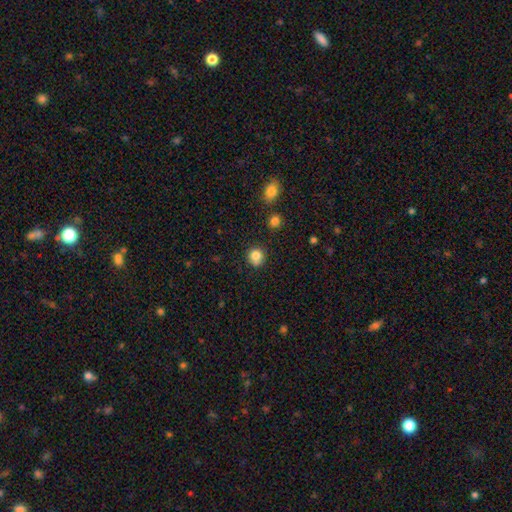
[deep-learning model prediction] Q: Smooth or featured?
A: smooth (83%); runner-up: star or artifact (11%)
Q: How rounded?
A: round (85%); runner-up: in between (14%)
Q: Merging?
A: none (69%); runner-up: minor disturbance (18%)